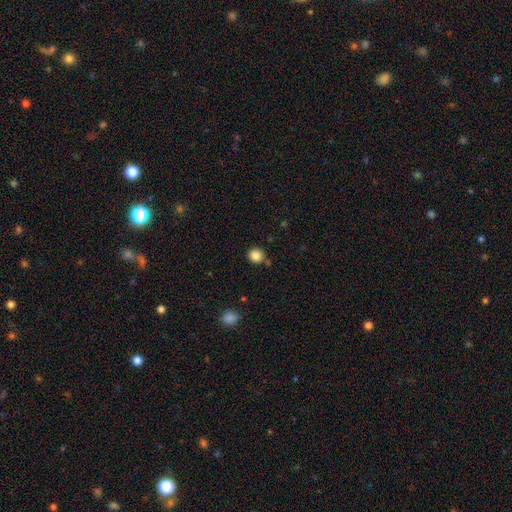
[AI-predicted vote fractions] The model was most divided on "merging": none: 82%, minor disturbance: 9%, merger: 6%, major disturbance: 2%. More confident: how rounded — round (91%); smooth or featured — smooth (85%).